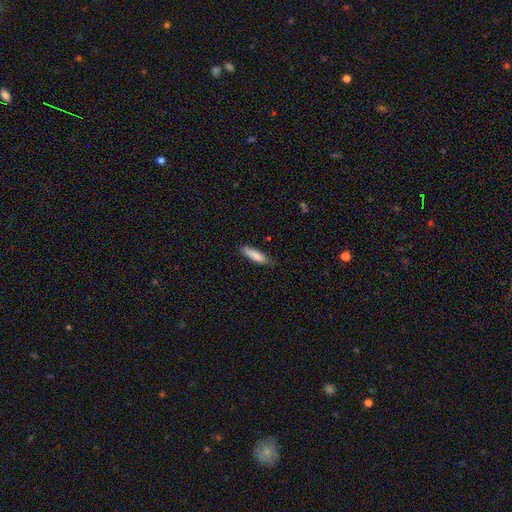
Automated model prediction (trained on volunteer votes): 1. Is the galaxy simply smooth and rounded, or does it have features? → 83% smooth, 11% featured or disk, 6% star or artifact.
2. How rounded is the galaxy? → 76% cigar-shaped, 23% in between, 1% round.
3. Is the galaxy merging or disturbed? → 77% none, 19% minor disturbance, 3% major disturbance, 1% merger.